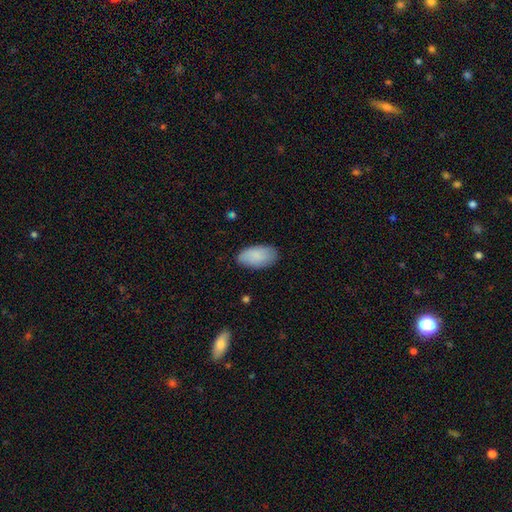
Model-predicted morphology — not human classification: A smooth galaxy with no disk features (87%) that is in between round and cigar-shaped (95%). Merging: none (81%).